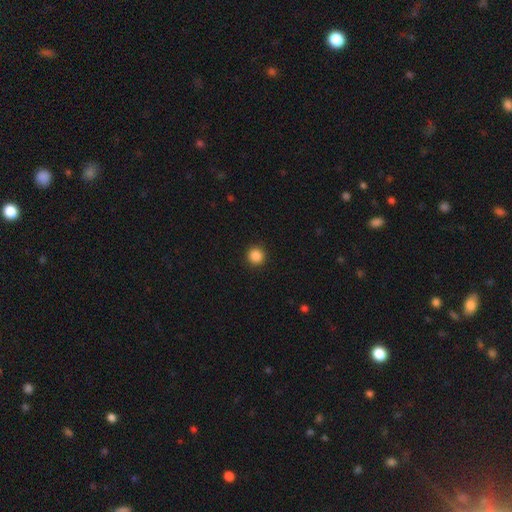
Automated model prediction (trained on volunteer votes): smooth 87%, star or artifact 11%, featured or disk 3%. Down the decision tree: how rounded — round (94%); merging — none (93%).